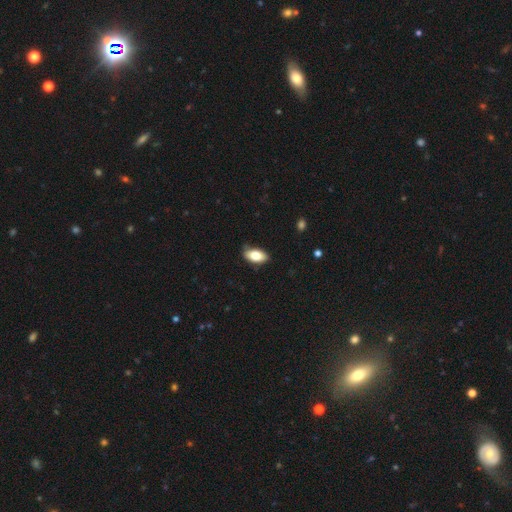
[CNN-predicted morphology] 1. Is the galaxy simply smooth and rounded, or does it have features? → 81% smooth, 12% featured or disk, 7% star or artifact.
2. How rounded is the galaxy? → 92% in between, 4% round, 4% cigar-shaped.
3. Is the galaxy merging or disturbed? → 79% none, 17% minor disturbance, 3% major disturbance, 1% merger.